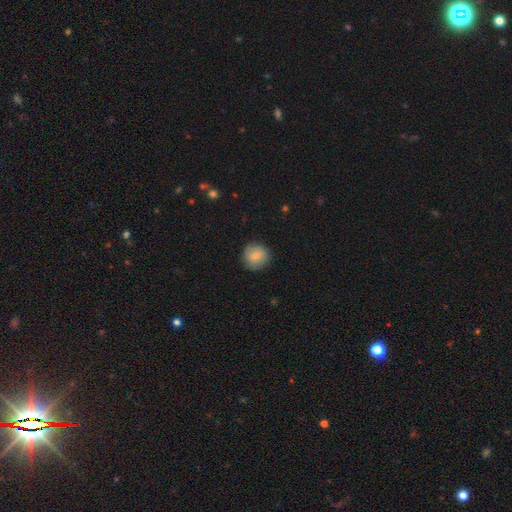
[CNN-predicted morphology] type=smooth (74%); roundness=round (91%); merging=none (84%).